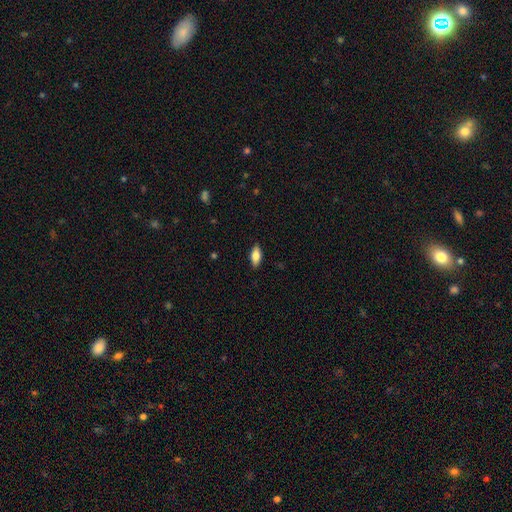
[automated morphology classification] This appears to be a smooth galaxy with no disk features (73%) that is in between round and cigar-shaped (83%). Merging: none (87%).